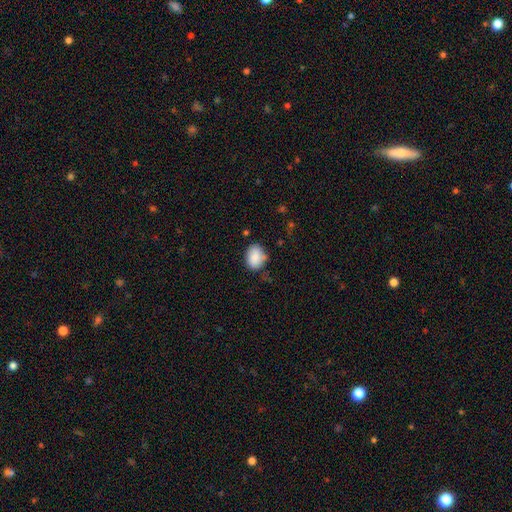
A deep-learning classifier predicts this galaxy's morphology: Smooth or featured? smooth (87%)
How rounded? in between (65%)
Merging? none (70%)